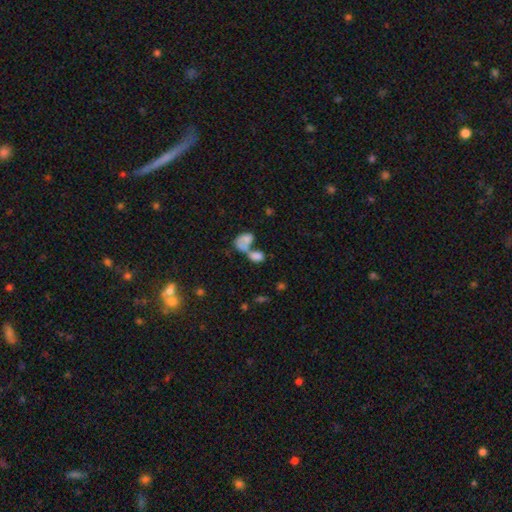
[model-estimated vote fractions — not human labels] smooth-or-featured: smooth: 75% | featured or disk: 14% | star or artifact: 10%
  how-rounded: in between: 81% | round: 17% | cigar-shaped: 2%
  merging: merger: 68% | none: 19% | major disturbance: 7% | minor disturbance: 7%